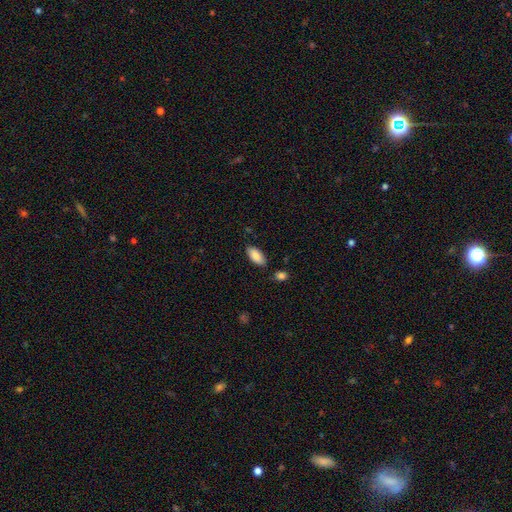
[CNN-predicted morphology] smooth_or_featured: smooth (p=0.88) [alt: star or artifact p=0.06]
how_rounded: in between (p=0.92) [alt: cigar-shaped p=0.06]
merging: none (p=0.83) [alt: minor disturbance p=0.11]